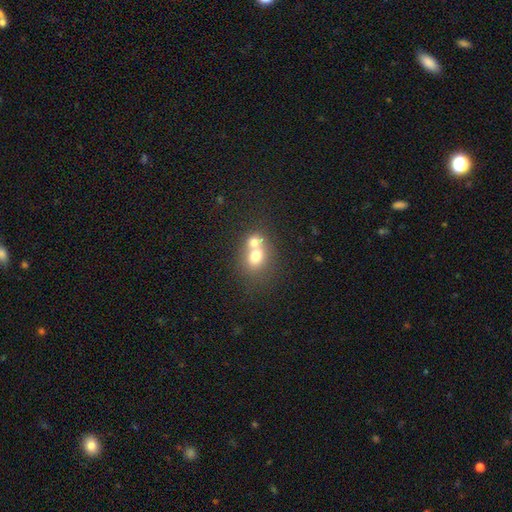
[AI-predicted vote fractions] This is likely a smooth galaxy (69%). How rounded: possibly round (57%). Merging: likely merger (66%).